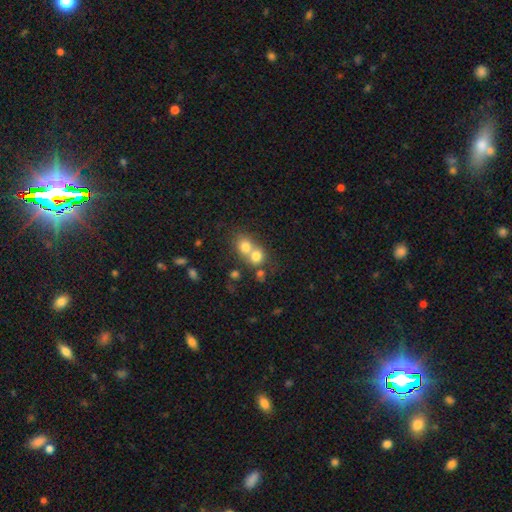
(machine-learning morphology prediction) Smooth or featured? Predicted: smooth (p=0.73). How rounded? Predicted: round (p=0.76). Merging? Predicted: merger (p=0.64).